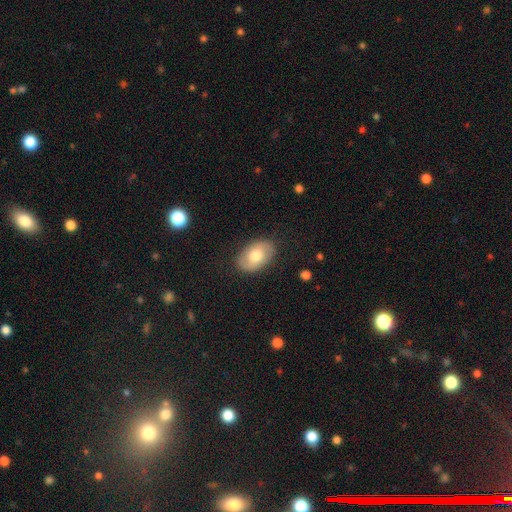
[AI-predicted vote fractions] A smooth galaxy with no disk features (64%) that is in between round and cigar-shaped (90%).

Vote fractions:
- Smooth or featured? smooth: 64% / featured or disk: 30% / star or artifact: 6%
- How rounded? in between: 90% / round: 9% / cigar-shaped: 1%
- Merging? none: 85% / minor disturbance: 11% / major disturbance: 3% / merger: 1%